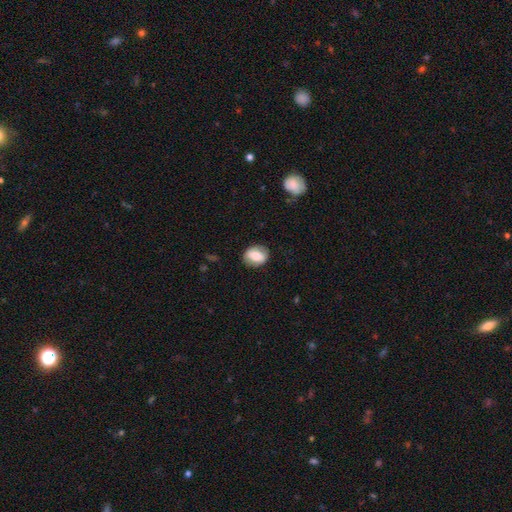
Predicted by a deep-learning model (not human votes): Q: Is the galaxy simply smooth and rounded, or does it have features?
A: smooth — 69%.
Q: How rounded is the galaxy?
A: in between — 53%.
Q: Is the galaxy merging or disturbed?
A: none — 84%.